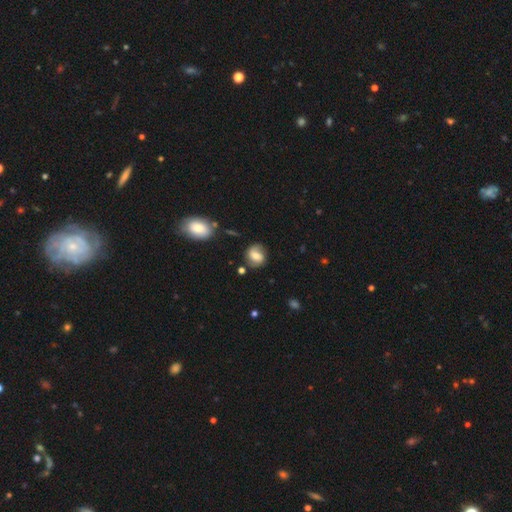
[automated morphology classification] A smooth galaxy with no disk features (48%).

Vote fractions:
- Smooth or featured? smooth: 48% / featured or disk: 43% / star or artifact: 9%
- Merging? none: 75% / minor disturbance: 16% / major disturbance: 5% / merger: 4%